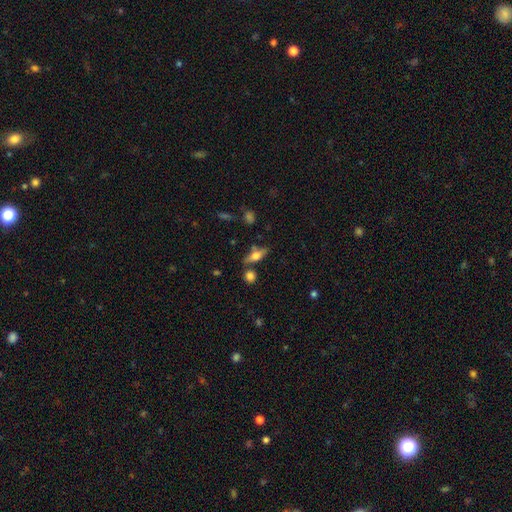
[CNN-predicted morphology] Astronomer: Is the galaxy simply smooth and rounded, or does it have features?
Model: smooth — 50% (runner-up: featured or disk, 41%).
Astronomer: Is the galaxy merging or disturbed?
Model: none — 70%.